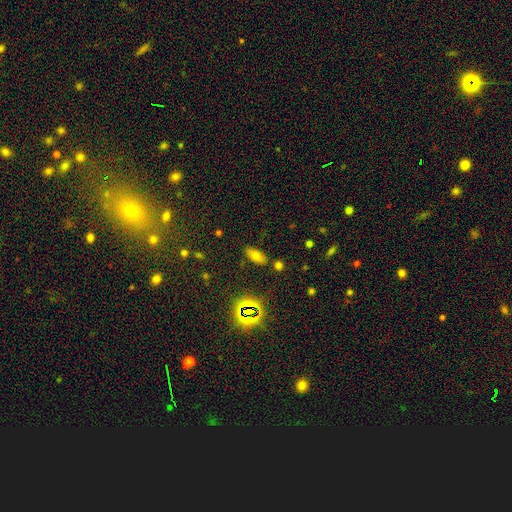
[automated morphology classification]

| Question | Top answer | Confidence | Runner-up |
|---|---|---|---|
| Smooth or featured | smooth | 62% | star or artifact (25%) |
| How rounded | in between | 83% | cigar-shaped (12%) |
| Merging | none | 80% | minor disturbance (12%) |